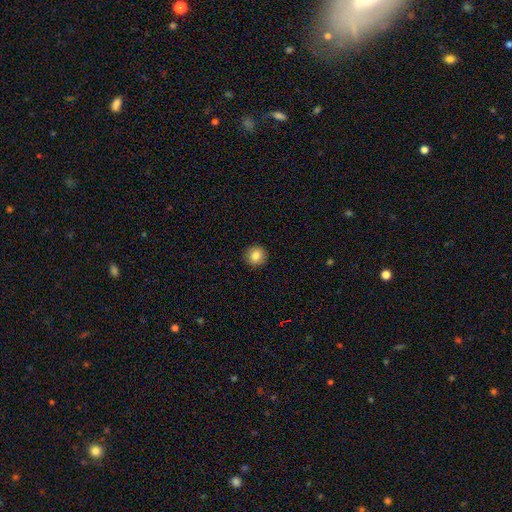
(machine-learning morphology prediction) Smooth or featured: smooth — 85% (star or artifact — 9%)
How rounded: round — 92% (in between — 7%)
Merging: none — 91% (minor disturbance — 7%)